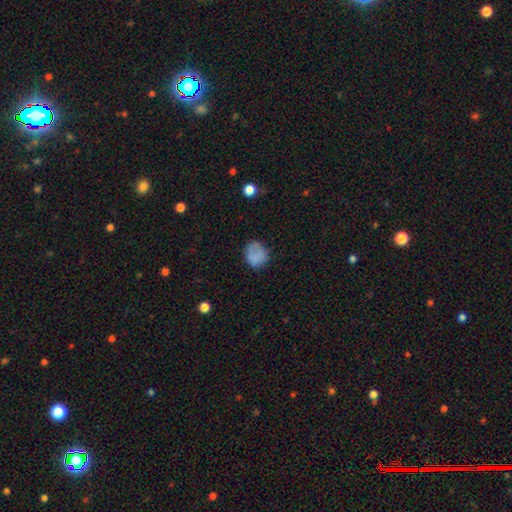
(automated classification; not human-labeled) Morphology: type=smooth (81%); roundness=round (73%); merging=none (66%).